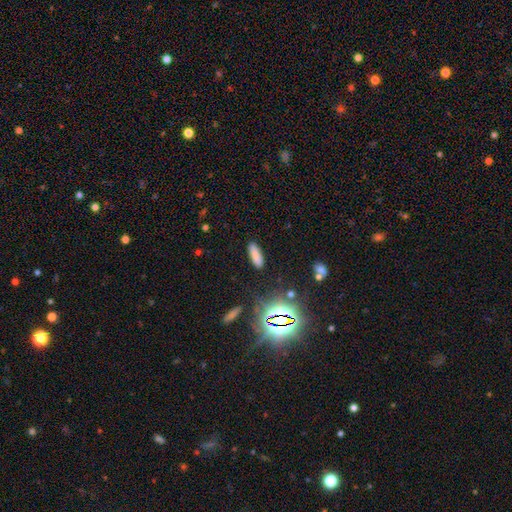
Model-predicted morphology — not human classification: Overall: smooth (79%). How rounded: cigar-shaped (53%; in between 44%). Merging: none (87%).